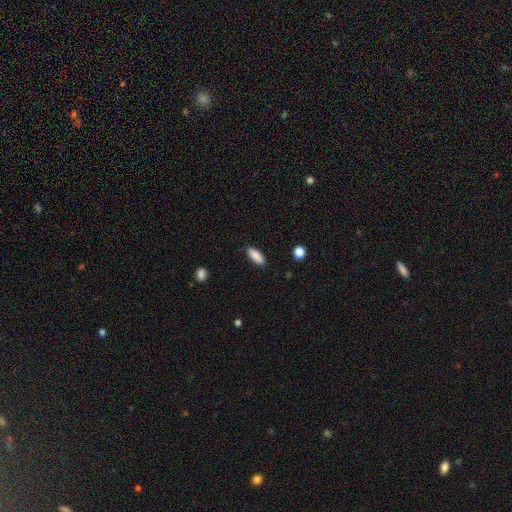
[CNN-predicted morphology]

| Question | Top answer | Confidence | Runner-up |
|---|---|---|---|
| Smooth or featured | smooth | 88% | star or artifact (6%) |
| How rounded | in between | 69% | cigar-shaped (29%) |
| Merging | none | 87% | minor disturbance (10%) |